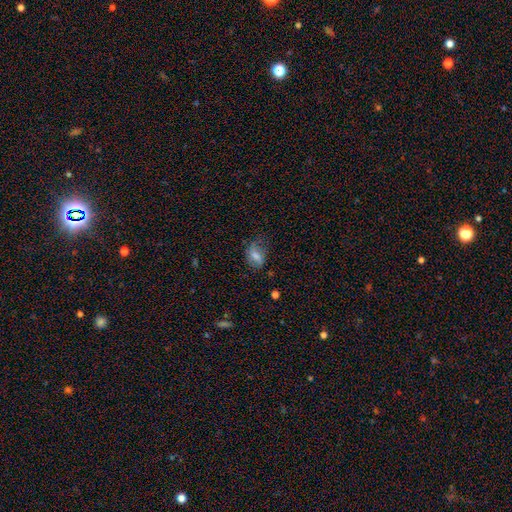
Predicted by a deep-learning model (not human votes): Overall: smooth (65%; featured or disk 26%). How rounded: in between (81%). Merging: none (51%; minor disturbance 31%).